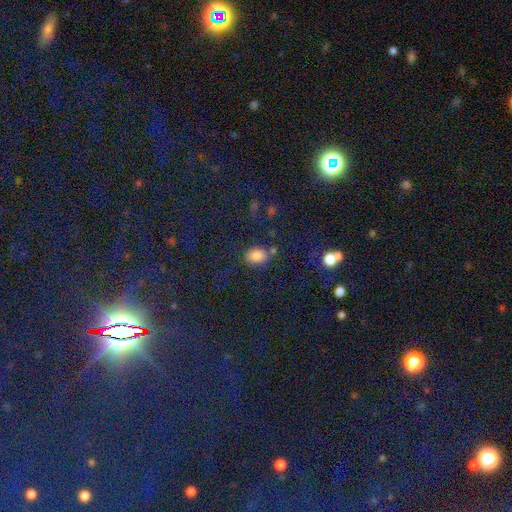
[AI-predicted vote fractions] A smooth galaxy with no disk features (80%) that is in between round and cigar-shaped (65%).

Vote fractions:
- Smooth or featured? smooth: 80% / star or artifact: 13% / featured or disk: 7%
- How rounded? in between: 65% / round: 34% / cigar-shaped: 1%
- Merging? none: 73% / minor disturbance: 14% / merger: 7% / major disturbance: 5%